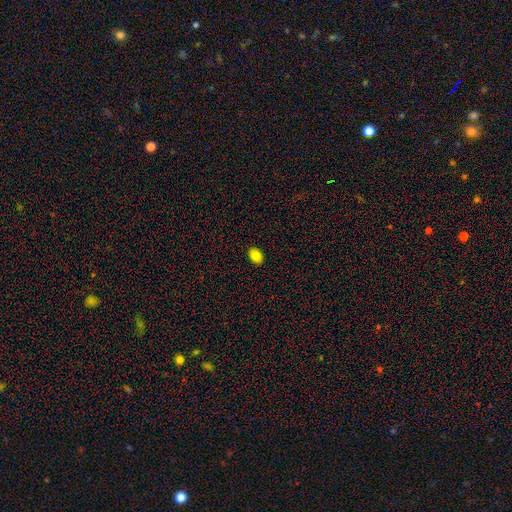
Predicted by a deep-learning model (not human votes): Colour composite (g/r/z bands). It shows a smooth galaxy with no disk features (84%) that is in between round and cigar-shaped (84%). Merging: none (90%).